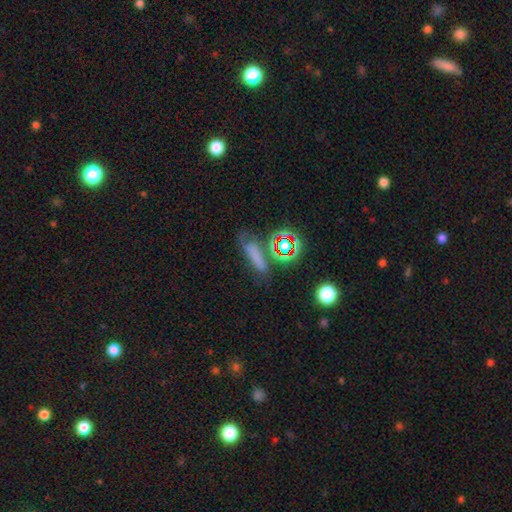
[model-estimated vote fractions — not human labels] smooth_or_featured: smooth (p=0.54) [alt: star or artifact p=0.27]
how_rounded: cigar-shaped (p=0.55) [alt: in between p=0.31]
merging: none (p=0.55) [alt: minor disturbance p=0.21]